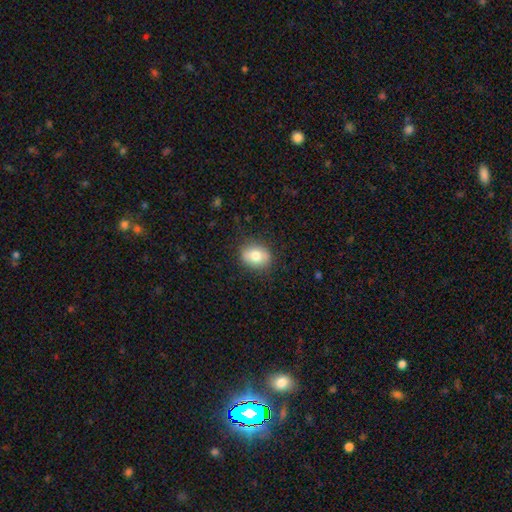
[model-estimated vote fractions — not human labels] smooth-or-featured: smooth: 75% | featured or disk: 17% | star or artifact: 8%
  how-rounded: in between: 57% | round: 42% | cigar-shaped: 1%
  merging: none: 84% | minor disturbance: 12% | major disturbance: 3% | merger: 1%